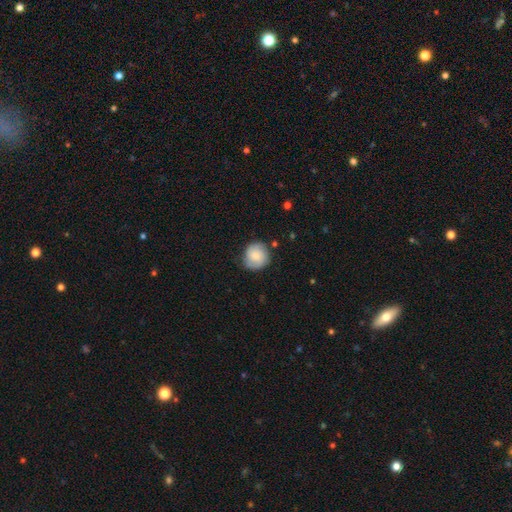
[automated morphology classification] This is likely a smooth galaxy (67%). How rounded: clearly round (89%). Merging: likely none (75%).